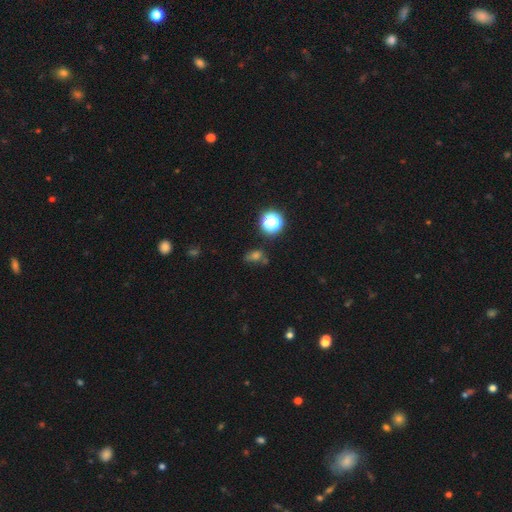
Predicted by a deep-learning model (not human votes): The model was most divided on "smooth or featured": smooth: 48%, star or artifact: 40%, featured or disk: 12%. More confident: merging — none (65%).